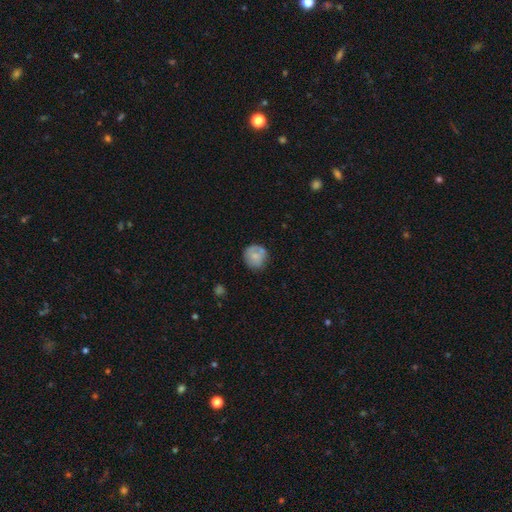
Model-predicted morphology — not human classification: This appears to be a smooth galaxy with no disk features (69%) that is round (86%). Merging: none (65%).